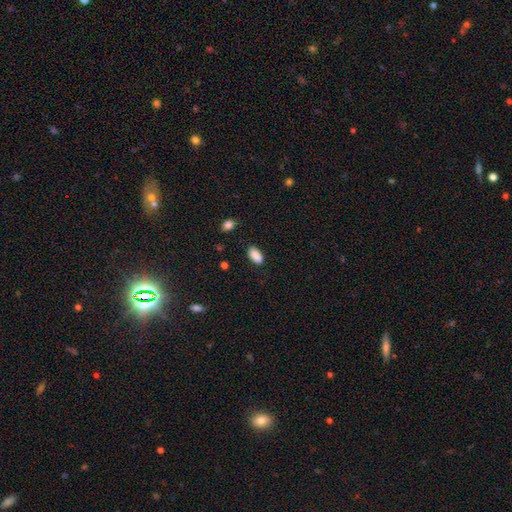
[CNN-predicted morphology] Q: Smooth or featured?
A: smooth (89%); runner-up: star or artifact (7%)
Q: How rounded?
A: in between (92%); runner-up: cigar-shaped (5%)
Q: Merging?
A: none (84%); runner-up: minor disturbance (12%)